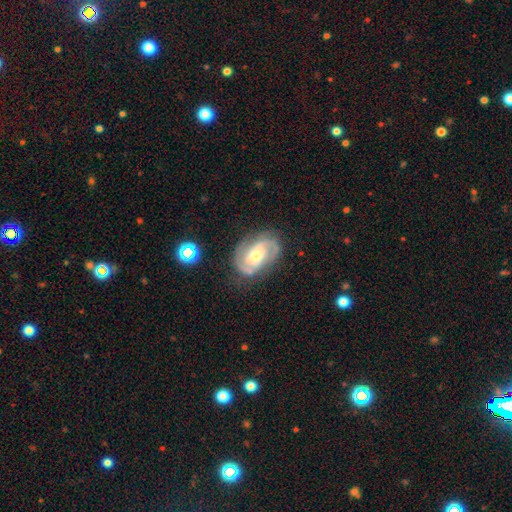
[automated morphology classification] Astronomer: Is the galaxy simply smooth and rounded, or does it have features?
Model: featured or disk — 85%.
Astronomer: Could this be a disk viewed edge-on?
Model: no — 97%.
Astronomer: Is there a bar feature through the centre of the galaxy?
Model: no — 43% (runner-up: weak, 41%).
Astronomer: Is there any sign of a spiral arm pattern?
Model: yes — 96%.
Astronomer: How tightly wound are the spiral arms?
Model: medium — 45% (runner-up: tight, 43%).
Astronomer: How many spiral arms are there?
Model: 2 — 75%.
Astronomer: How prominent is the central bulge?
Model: moderate — 57% (runner-up: small, 34%).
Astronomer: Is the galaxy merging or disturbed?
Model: none — 73%.